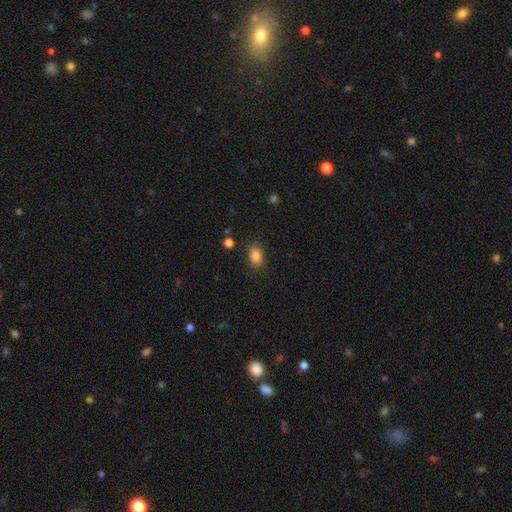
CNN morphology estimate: A smooth galaxy with no disk features (85%) that is in between round and cigar-shaped (77%).

Vote fractions:
- Smooth or featured? smooth: 85% / star or artifact: 10% / featured or disk: 5%
- How rounded? in between: 77% / round: 22% / cigar-shaped: 1%
- Merging? none: 84% / minor disturbance: 11% / major disturbance: 3% / merger: 2%